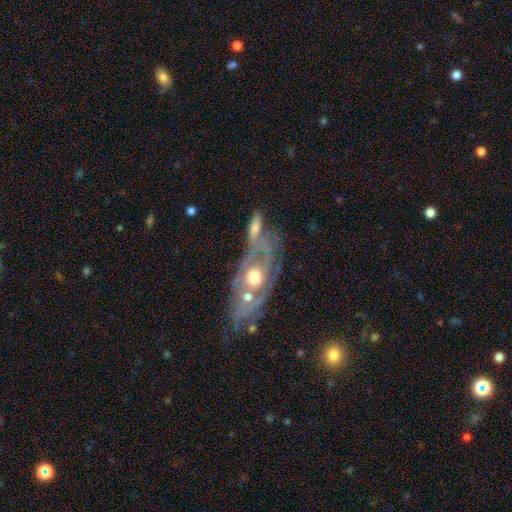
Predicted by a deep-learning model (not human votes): Q: Smooth or featured?
A: featured or disk (71%); runner-up: smooth (18%)
Q: Edge-on disk?
A: no (77%); runner-up: yes (23%)
Q: Bar?
A: no (79%); runner-up: weak (16%)
Q: Spiral arms?
A: yes (52%); runner-up: no (48%)
Q: Bulge size?
A: moderate (64%); runner-up: small (26%)
Q: Merging?
A: none (55%); runner-up: merger (19%)